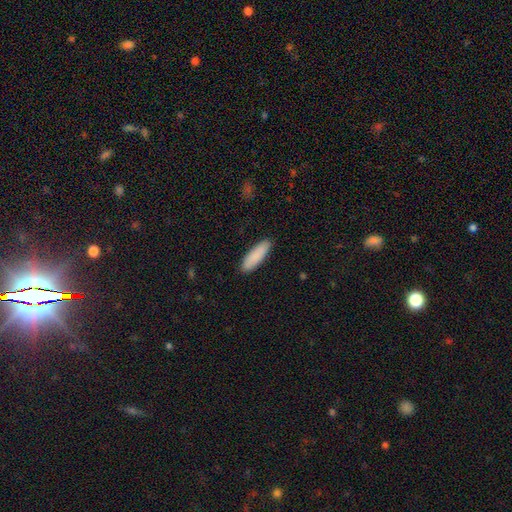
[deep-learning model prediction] Smooth or featured: smooth — 89% (featured or disk — 6%)
How rounded: cigar-shaped — 59% (in between — 40%)
Merging: none — 90% (minor disturbance — 7%)